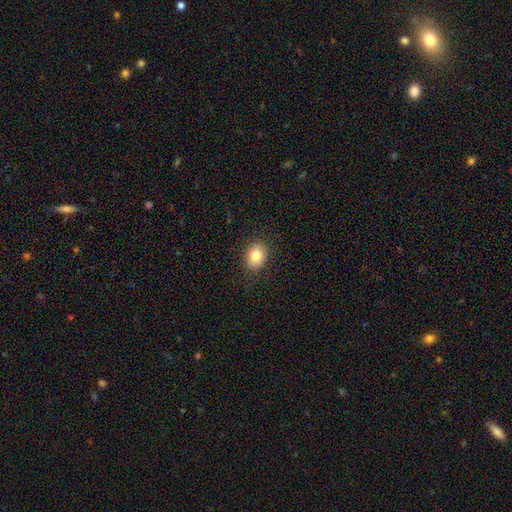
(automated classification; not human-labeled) This is clearly a smooth galaxy (81%). How rounded: likely in between (62%). Merging: clearly none (87%).